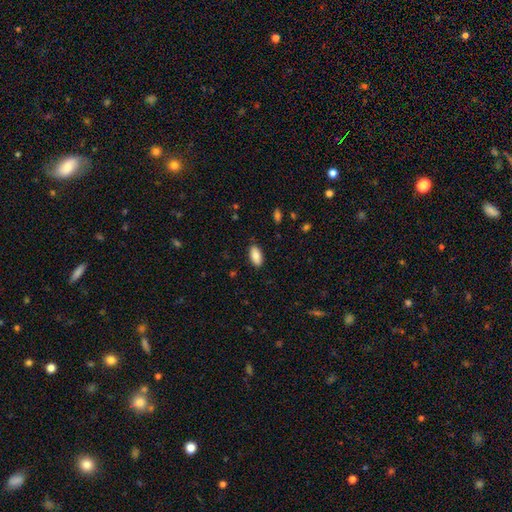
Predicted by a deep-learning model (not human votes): smooth 87%, star or artifact 7%, featured or disk 6%. Down the decision tree: how rounded — in between (92%); merging — none (85%).